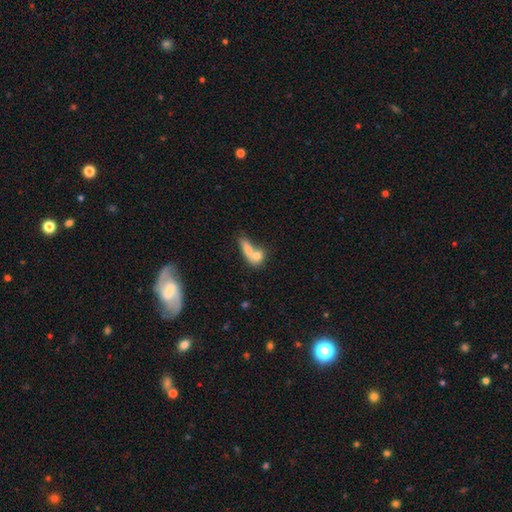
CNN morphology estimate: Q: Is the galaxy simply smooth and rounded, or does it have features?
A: smooth — 72%.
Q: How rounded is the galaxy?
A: in between — 51%.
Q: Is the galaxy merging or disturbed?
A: merger — 63%.